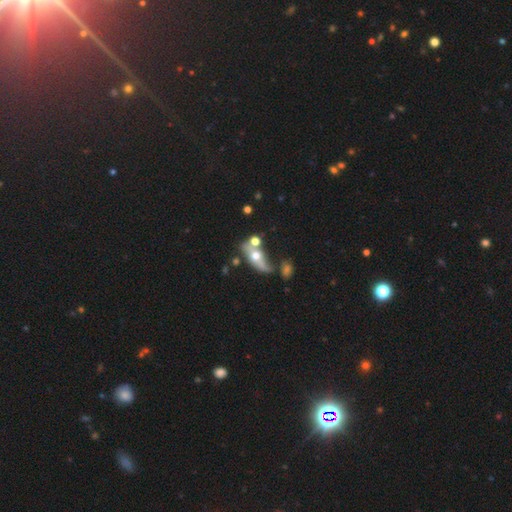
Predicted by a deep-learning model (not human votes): A featured or disk galaxy (52%). Merging: none (43%).